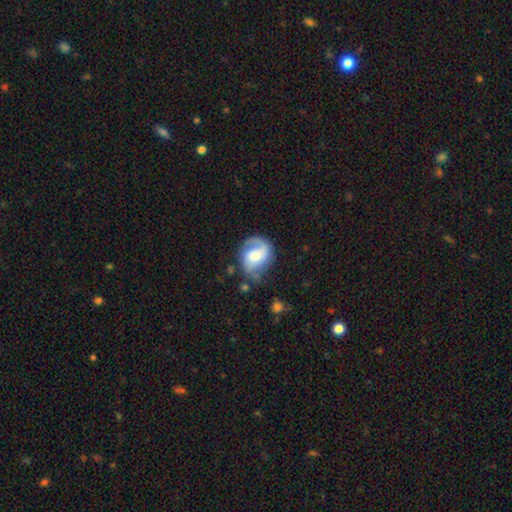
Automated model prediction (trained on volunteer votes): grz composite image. It shows a featured or disk galaxy (71%) with no bar (43%), 2 (58%) medium (44%) spiral arms (90%) and a moderate central bulge (42%). Merging: none (56%).